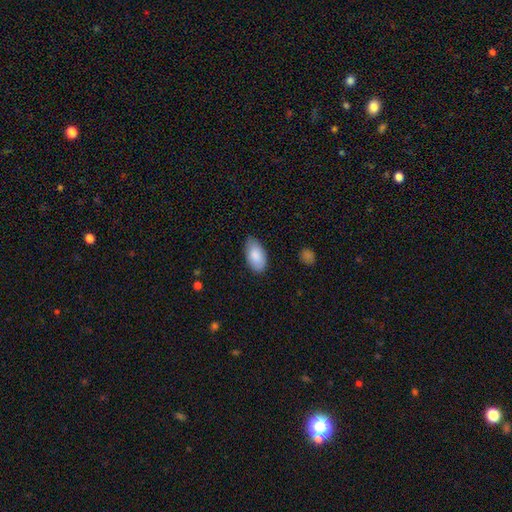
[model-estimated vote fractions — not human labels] Q: Smooth or featured?
A: smooth (86%); runner-up: featured or disk (8%)
Q: How rounded?
A: in between (95%); runner-up: round (3%)
Q: Merging?
A: none (74%); runner-up: minor disturbance (22%)